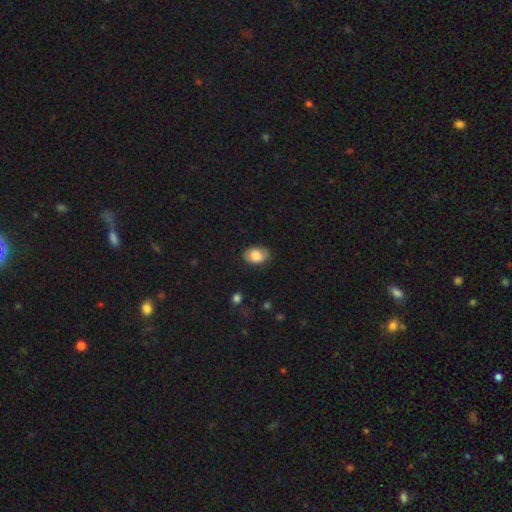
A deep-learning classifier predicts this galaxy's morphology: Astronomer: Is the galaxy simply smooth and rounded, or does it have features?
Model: smooth — 85%.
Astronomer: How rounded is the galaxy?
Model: in between — 79%.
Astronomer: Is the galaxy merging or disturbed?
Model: none — 80%.